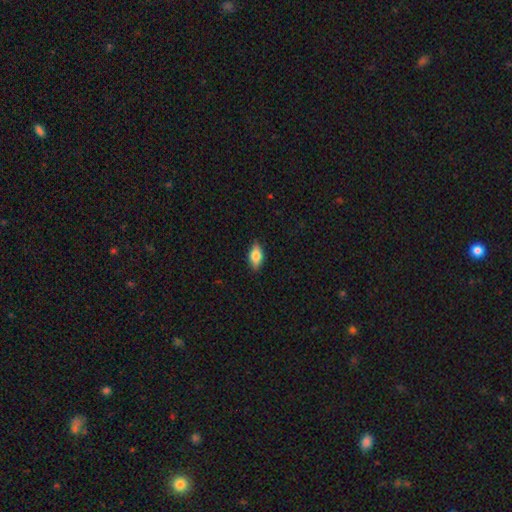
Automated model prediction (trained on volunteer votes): smooth_or_featured: smooth (p=0.72) [alt: featured or disk p=0.20]
how_rounded: in between (p=0.86) [alt: cigar-shaped p=0.08]
merging: none (p=0.85) [alt: minor disturbance p=0.12]